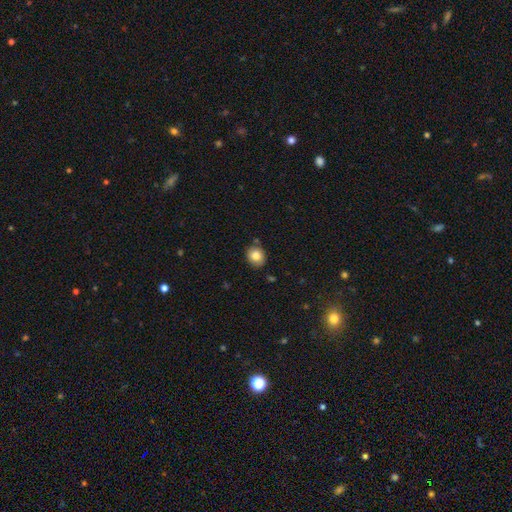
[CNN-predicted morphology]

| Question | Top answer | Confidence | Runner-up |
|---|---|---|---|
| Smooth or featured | smooth | 83% | star or artifact (9%) |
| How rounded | round | 69% | in between (31%) |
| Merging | none | 78% | minor disturbance (15%) |